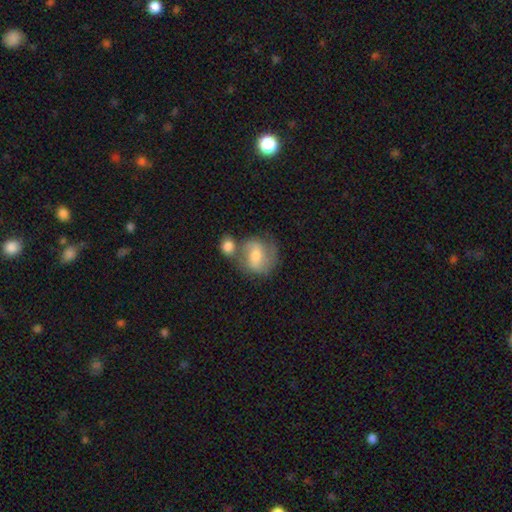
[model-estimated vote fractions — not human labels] Overall: featured or disk (52%; smooth 41%). Edge-on disk: no (97%). Bar: weak (49%; no 32%). Spiral arms: yes (81%). Bulge size: moderate (62%; small 29%). Merging: none (42%; merger 36%).